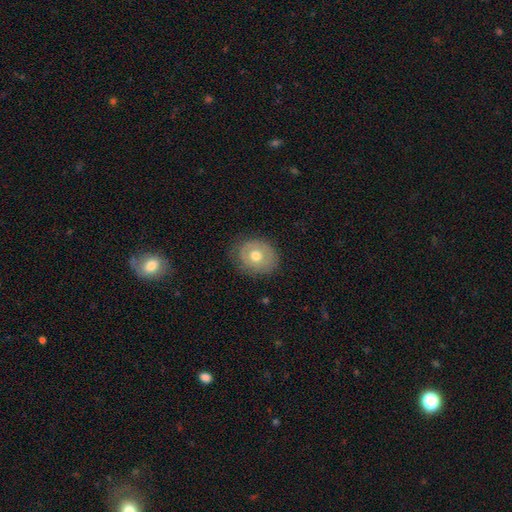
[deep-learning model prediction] Overall: smooth (55%; featured or disk 37%). How rounded: round (63%; in between 36%). Merging: none (78%).